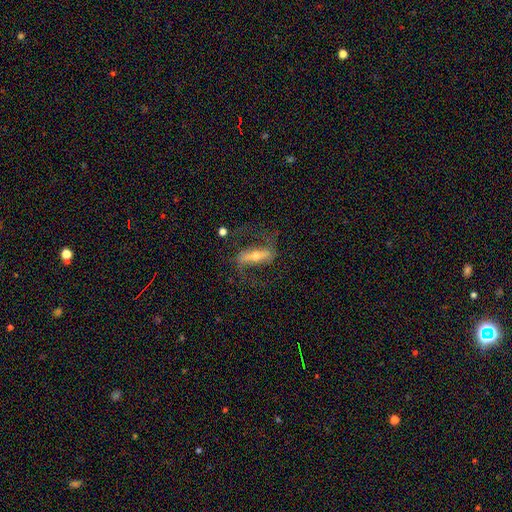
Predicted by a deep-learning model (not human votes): Smooth or featured? featured or disk (80%)
Edge-on disk? no (83%)
Bar? strong (67%)
Spiral arms? yes (88%)
Spiral winding? loose (49%)
Spiral arm count? 2 (90%)
Bulge size? moderate (48%)
Merging? none (68%)